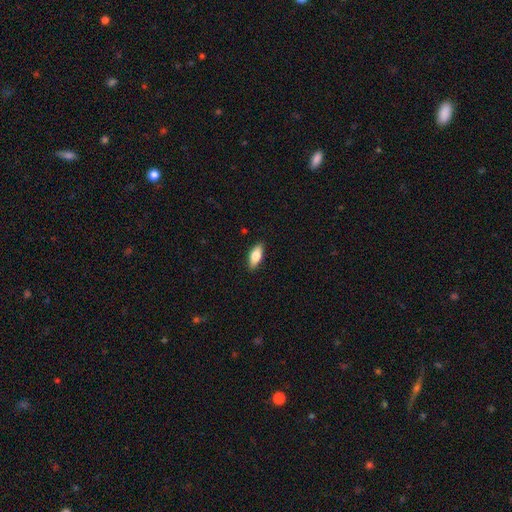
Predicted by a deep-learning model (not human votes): smooth_or_featured: smooth (p=0.75) [alt: featured or disk p=0.19]
how_rounded: in between (p=0.79) [alt: cigar-shaped p=0.18]
merging: none (p=0.89) [alt: minor disturbance p=0.09]